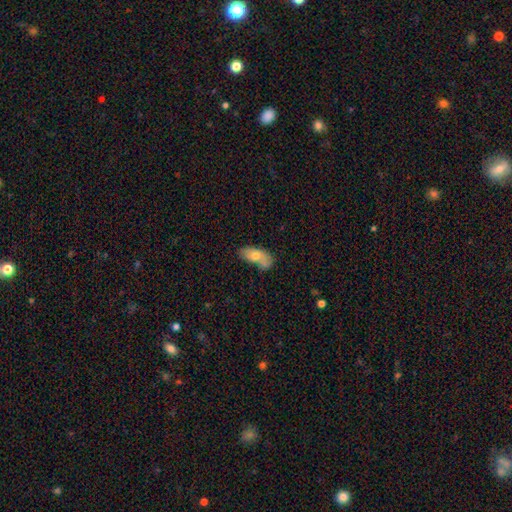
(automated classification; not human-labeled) Q: Smooth or featured?
A: smooth (68%); runner-up: featured or disk (25%)
Q: How rounded?
A: in between (89%); runner-up: cigar-shaped (7%)
Q: Merging?
A: none (46%); runner-up: minor disturbance (35%)